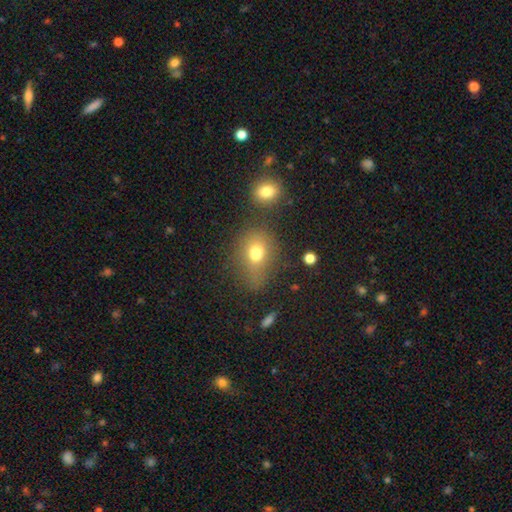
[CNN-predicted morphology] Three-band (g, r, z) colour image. It shows a smooth galaxy with no disk features (72%) that is in between round and cigar-shaped (54%). Merging: none (59%).